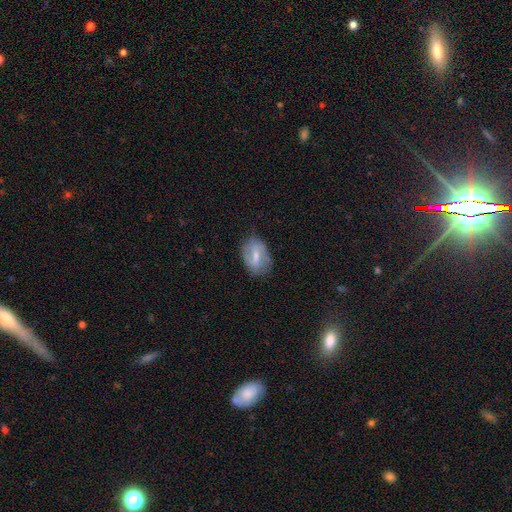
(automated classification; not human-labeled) Overall: featured or disk (60%; smooth 33%). Edge-on disk: no (95%). Bar: weak (50%; strong 34%). Spiral arms: yes (73%). Bulge size: moderate (51%; small 41%). Merging: none (74%).